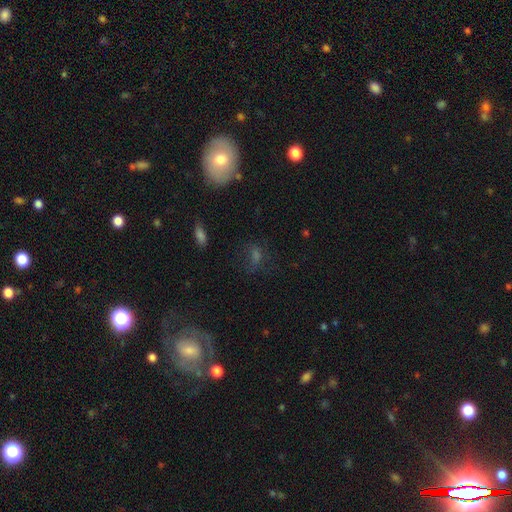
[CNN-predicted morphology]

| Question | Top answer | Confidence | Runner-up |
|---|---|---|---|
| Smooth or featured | smooth | 39% | featured or disk (35%) |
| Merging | none | 64% | minor disturbance (17%) |